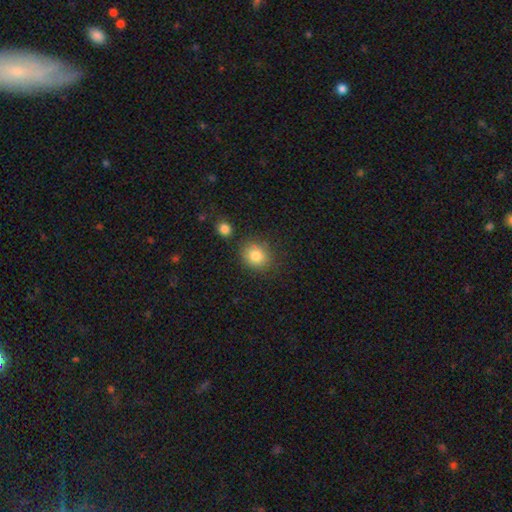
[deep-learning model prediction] Smooth or featured? Predicted: smooth (p=0.82). How rounded? Predicted: round (p=0.74). Merging? Predicted: none (p=0.79).